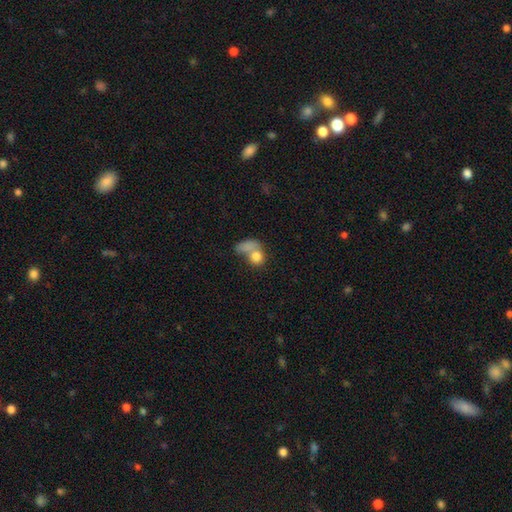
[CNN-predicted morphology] A smooth galaxy with no disk features (77%) that is round (58%).

Vote fractions:
- Smooth or featured? smooth: 77% / featured or disk: 13% / star or artifact: 10%
- How rounded? round: 58% / in between: 39% / cigar-shaped: 2%
- Merging? merger: 52% / none: 27% / major disturbance: 12% / minor disturbance: 9%